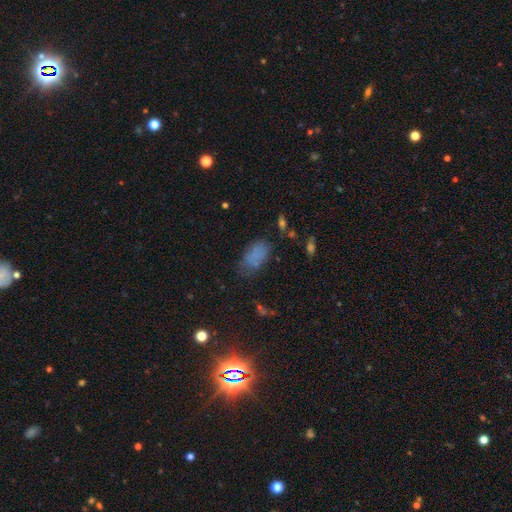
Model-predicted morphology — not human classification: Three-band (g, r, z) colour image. It shows a smooth galaxy with no disk features (73%) that is in between round and cigar-shaped (91%). Merging: none (56%).